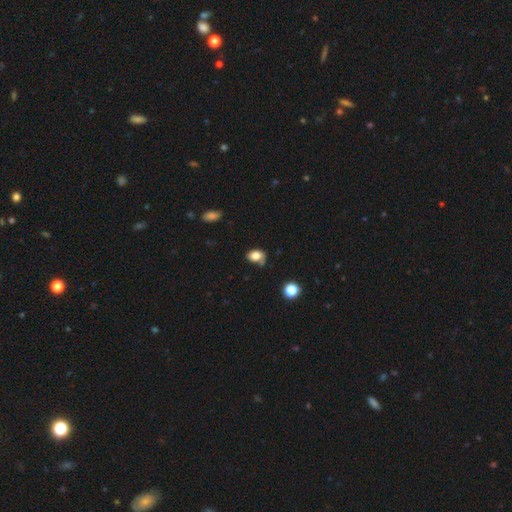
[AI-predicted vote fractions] Overall: smooth (79%). How rounded: in between (74%). Merging: none (49%; minor disturbance 31%).